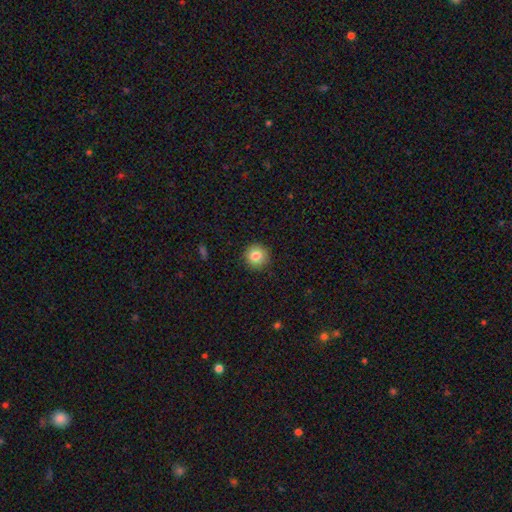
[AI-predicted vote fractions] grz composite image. It shows a smooth galaxy with no disk features (83%) that is round (95%). Merging: none (91%).